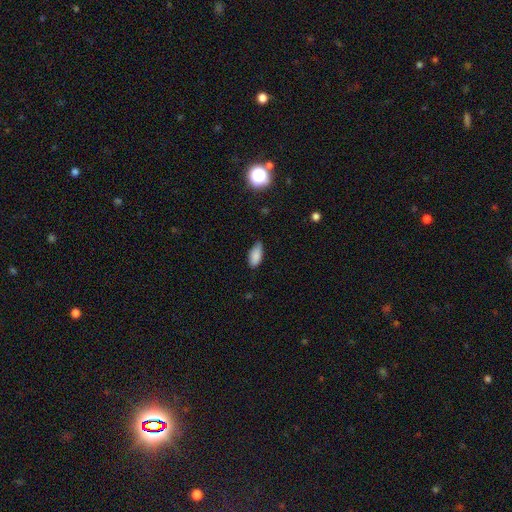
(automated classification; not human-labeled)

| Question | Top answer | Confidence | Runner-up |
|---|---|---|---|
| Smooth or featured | smooth | 86% | star or artifact (8%) |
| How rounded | in between | 90% | cigar-shaped (7%) |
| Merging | none | 63% | minor disturbance (31%) |